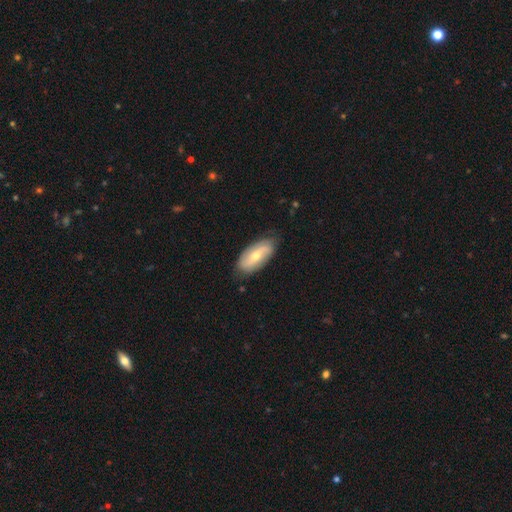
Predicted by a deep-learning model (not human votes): A featured or disk galaxy (53%). Merging: none (80%).